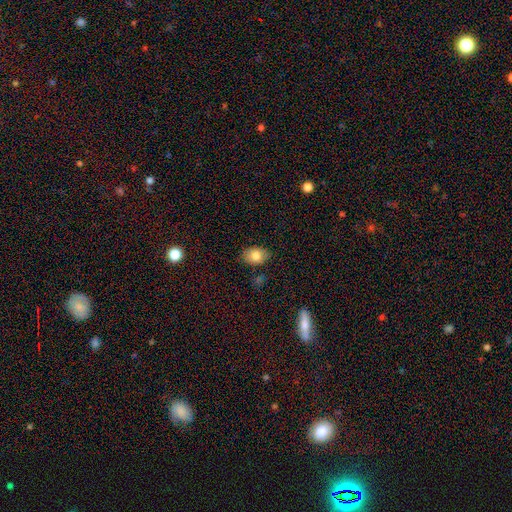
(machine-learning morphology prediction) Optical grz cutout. It shows a smooth galaxy with no disk features (81%) that is in between round and cigar-shaped (81%). Merging: none (83%).